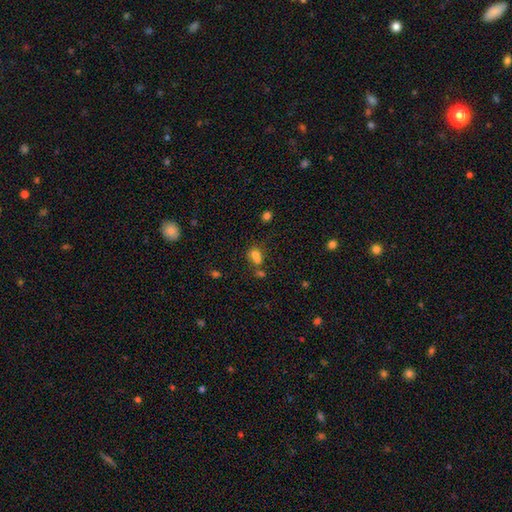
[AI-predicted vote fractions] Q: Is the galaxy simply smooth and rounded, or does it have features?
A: smooth — 70%.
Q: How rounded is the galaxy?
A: round — 51%.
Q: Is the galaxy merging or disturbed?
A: merger — 48%.